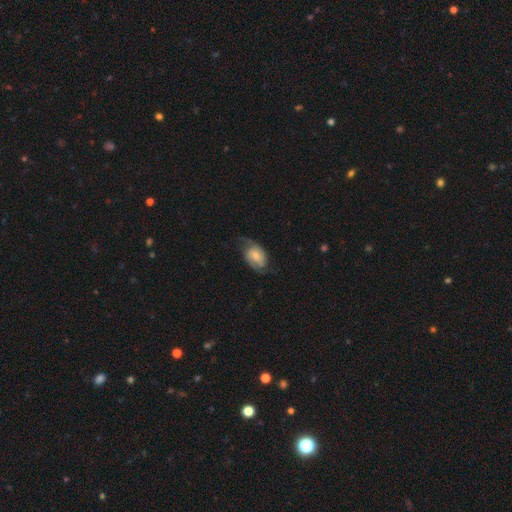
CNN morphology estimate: A featured or disk galaxy (59%) with no bar (54%), 2 (81%) medium (42%) spiral arms (89%) and a small central bulge (41%).

Vote fractions:
- Smooth or featured? featured or disk: 59% / smooth: 34% / star or artifact: 7%
- Edge-on disk? no: 96% / yes: 4%
- Bar? no: 54% / weak: 37% / strong: 9%
- Spiral arms? yes: 89% / no: 11%
- Spiral winding? medium: 42% / loose: 36% / tight: 23%
- Spiral arm count? 2: 81% / can't tell: 9% / 1: 5% / 3: 2% / 4: 1% / more than 4: 1%
- Bulge size? small: 41% / moderate: 38% / large: 9% / none: 9% / dominant: 2%
- Merging? none: 58% / minor disturbance: 25% / major disturbance: 15% / merger: 1%